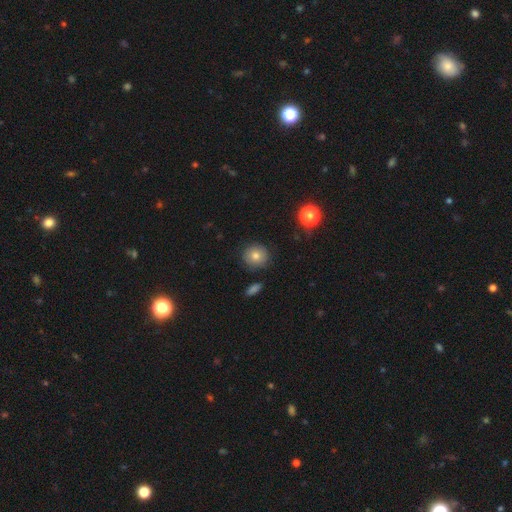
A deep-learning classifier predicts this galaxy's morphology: This is likely a smooth galaxy (77%). How rounded: clearly round (90%). Merging: clearly none (86%).